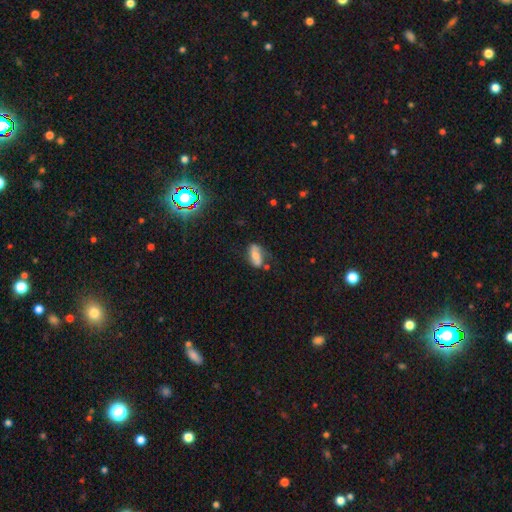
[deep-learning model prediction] Smooth or featured? Predicted: smooth (p=0.56). How rounded? Predicted: in between (p=0.87). Merging? Predicted: none (p=0.52).